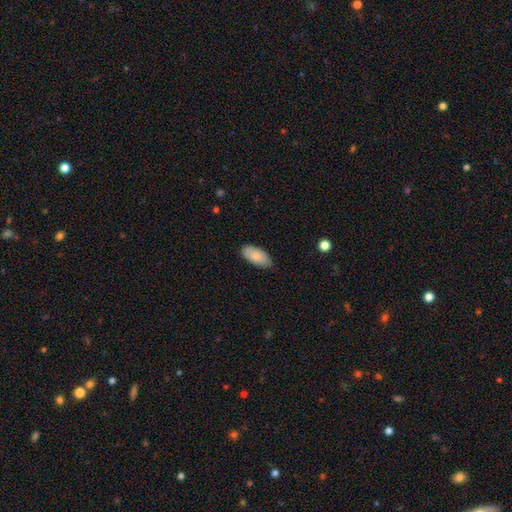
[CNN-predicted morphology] Smooth or featured: smooth — 83% (featured or disk — 11%)
How rounded: in between — 93% (cigar-shaped — 5%)
Merging: none — 77% (minor disturbance — 19%)